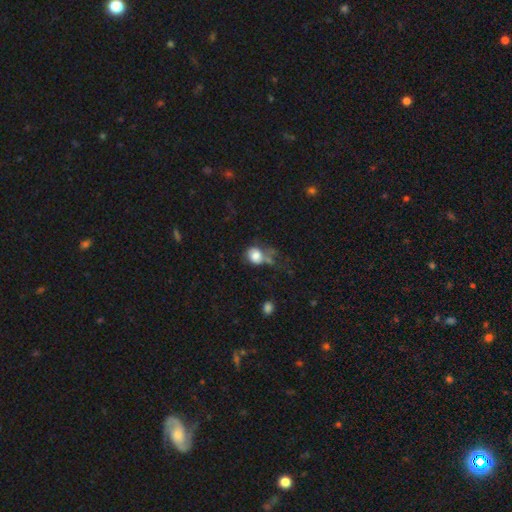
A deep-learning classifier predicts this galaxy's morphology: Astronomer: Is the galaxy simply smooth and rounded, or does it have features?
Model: smooth — 76%.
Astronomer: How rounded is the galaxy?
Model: round — 64%.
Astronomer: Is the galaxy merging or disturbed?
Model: none — 32% (runner-up: major disturbance, 24%).